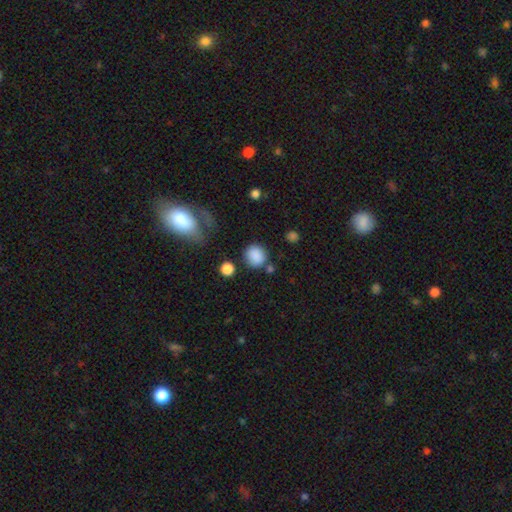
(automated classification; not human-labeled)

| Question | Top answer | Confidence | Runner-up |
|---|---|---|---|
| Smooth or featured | smooth | 86% | star or artifact (9%) |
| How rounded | round | 84% | in between (15%) |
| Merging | none | 76% | minor disturbance (12%) |